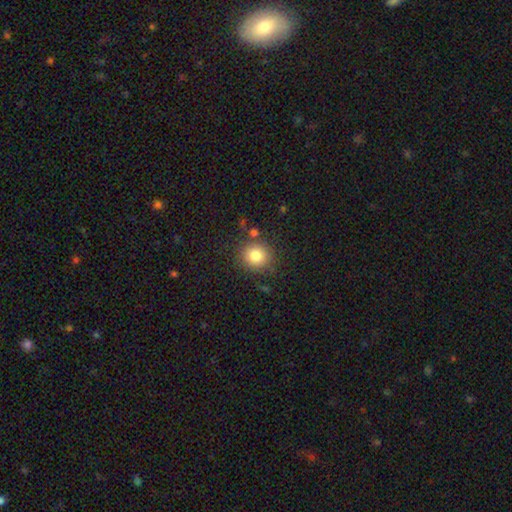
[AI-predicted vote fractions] This is clearly a smooth galaxy (83%). How rounded: clearly round (87%). Merging: clearly none (83%).